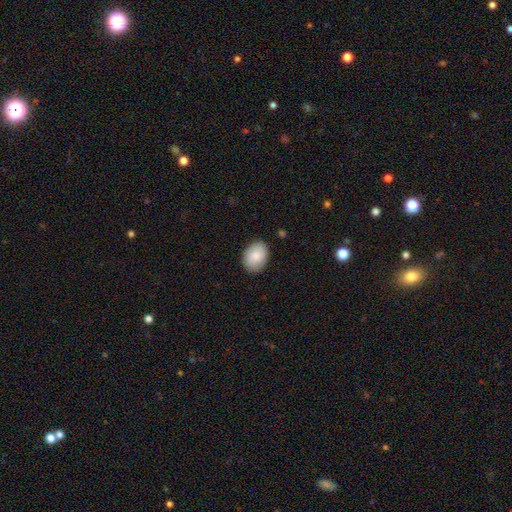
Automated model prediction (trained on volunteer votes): Smooth or featured: smooth — 85% (featured or disk — 9%)
How rounded: in between — 76% (round — 23%)
Merging: none — 86% (minor disturbance — 11%)